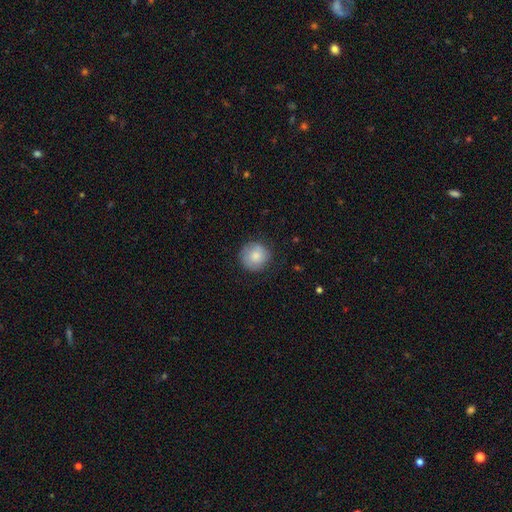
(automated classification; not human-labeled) A smooth galaxy with no disk features (81%) that is round (93%). Merging: none (81%).